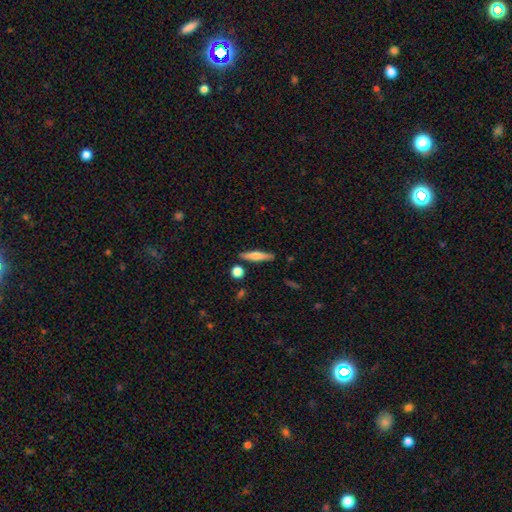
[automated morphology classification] Overall: smooth (55%; featured or disk 38%). How rounded: cigar-shaped (82%). Merging: none (85%).